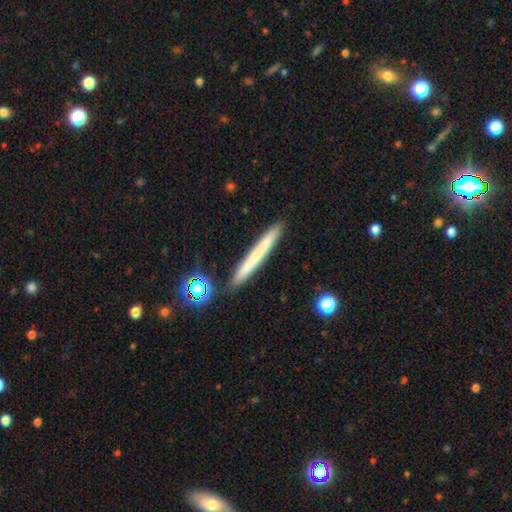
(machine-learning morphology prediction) Smooth or featured? smooth (63%)
How rounded? cigar-shaped (97%)
Merging? none (90%)